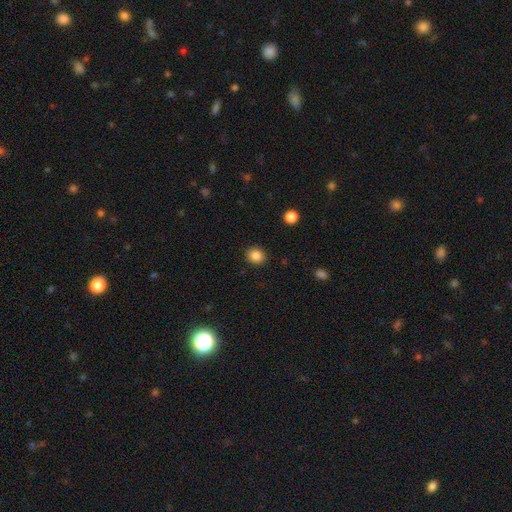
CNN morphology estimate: Smooth or featured? Predicted: smooth (p=0.85). How rounded? Predicted: round (p=0.76). Merging? Predicted: none (p=0.90).